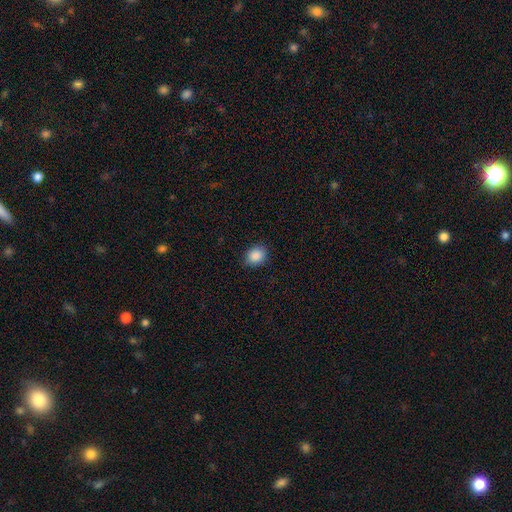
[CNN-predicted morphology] The model was most divided on "how rounded": round: 65%, in between: 34%, cigar-shaped: 1%. More confident: smooth or featured — smooth (88%); merging — none (84%).